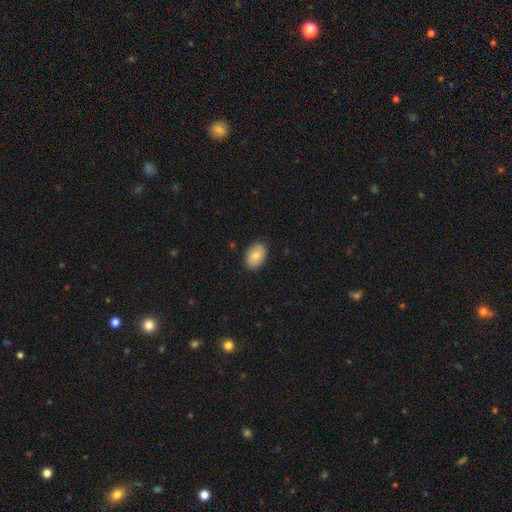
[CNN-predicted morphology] A smooth galaxy with no disk features (80%) that is in between round and cigar-shaped (83%).

Vote fractions:
- Smooth or featured? smooth: 80% / featured or disk: 13% / star or artifact: 7%
- How rounded? in between: 83% / round: 16% / cigar-shaped: 1%
- Merging? none: 87% / minor disturbance: 10% / major disturbance: 2% / merger: 1%